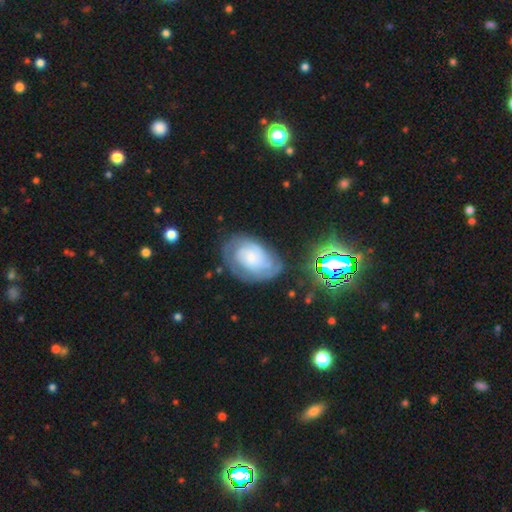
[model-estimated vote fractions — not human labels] Overall: featured or disk (68%). Edge-on disk: no (97%). Bar: no (77%). Spiral arms: yes (89%). Spiral arm count: can't tell (39%; 2 30%). Spiral winding: tight (63%; medium 28%). Bulge size: small (41%; moderate 19%). Merging: none (63%).